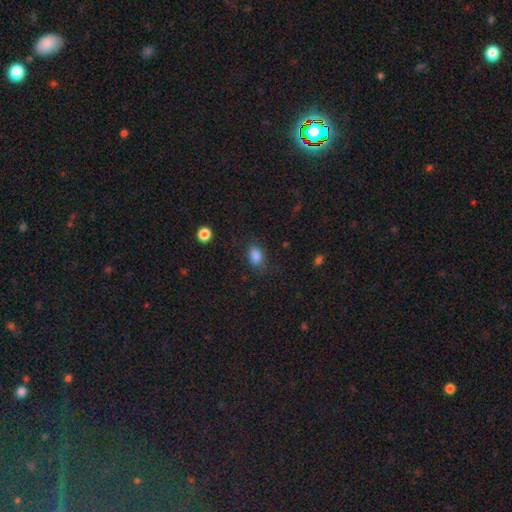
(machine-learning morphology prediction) A smooth galaxy with no disk features (85%) that is in between round and cigar-shaped (77%).

Vote fractions:
- Smooth or featured? smooth: 85% / star or artifact: 10% / featured or disk: 4%
- How rounded? in between: 77% / round: 21% / cigar-shaped: 1%
- Merging? none: 77% / minor disturbance: 15% / major disturbance: 6% / merger: 2%